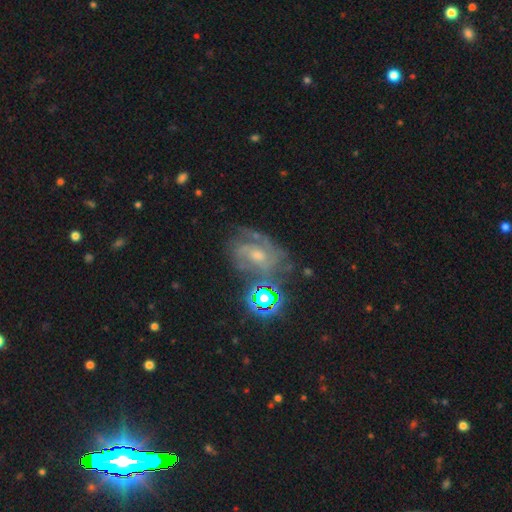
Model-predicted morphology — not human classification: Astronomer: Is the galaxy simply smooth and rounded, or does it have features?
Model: featured or disk — 74%.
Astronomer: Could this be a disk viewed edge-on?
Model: no — 97%.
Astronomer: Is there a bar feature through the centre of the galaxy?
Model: no — 56% (runner-up: weak, 36%).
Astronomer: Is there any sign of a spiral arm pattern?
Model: yes — 90%.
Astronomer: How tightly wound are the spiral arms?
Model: medium — 46% (runner-up: tight, 39%).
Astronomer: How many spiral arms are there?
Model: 2 — 42% (runner-up: can't tell, 28%).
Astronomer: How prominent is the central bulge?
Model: moderate — 45% (runner-up: small, 43%).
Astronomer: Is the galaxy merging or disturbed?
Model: none — 53%.